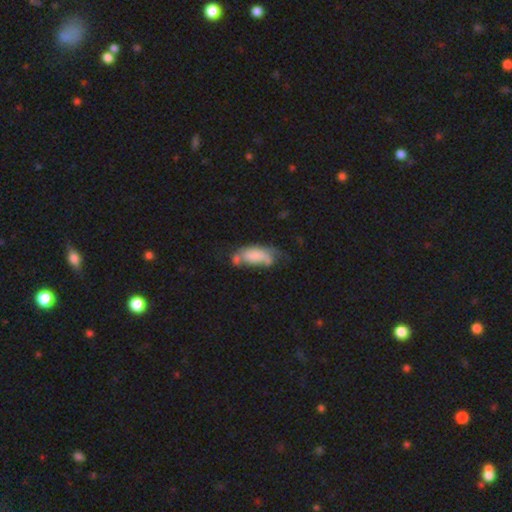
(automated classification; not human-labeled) Smooth or featured? Predicted: smooth (p=0.67). How rounded? Predicted: in between (p=0.85). Merging? Predicted: none (p=0.29).